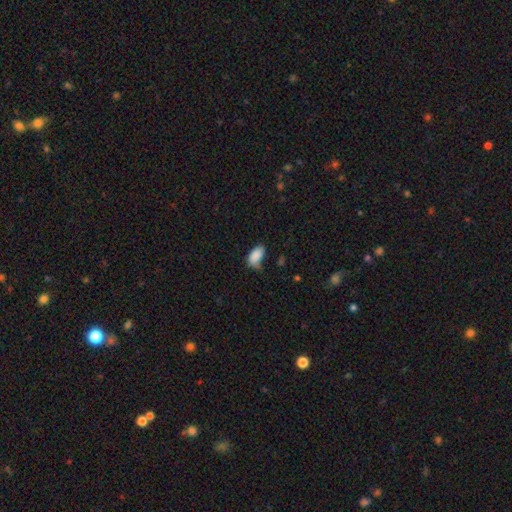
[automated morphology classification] This appears to be a smooth galaxy with no disk features (87%) that is in between round and cigar-shaped (94%). Merging: none (51%).